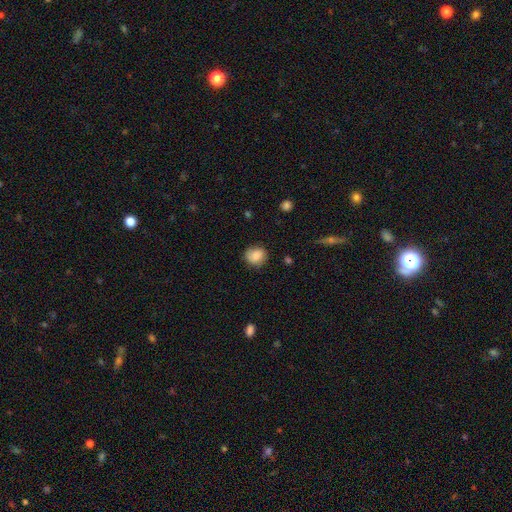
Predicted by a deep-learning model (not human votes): This is clearly a smooth galaxy (83%). How rounded: likely round (77%). Merging: likely none (79%).